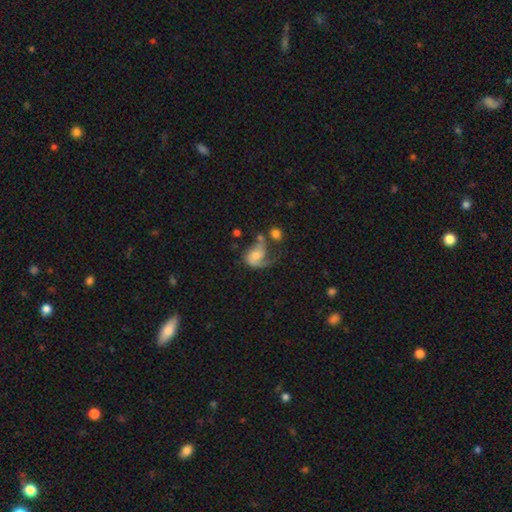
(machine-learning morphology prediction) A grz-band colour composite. It shows a featured or disk galaxy (66%) with no bar (62%), 1 (49%) loose (43%) spiral arms (88%) and a moderate central bulge (42%). Merging: major disturbance (33%).